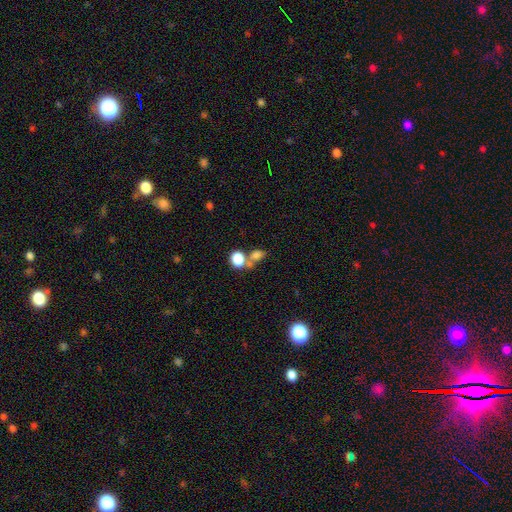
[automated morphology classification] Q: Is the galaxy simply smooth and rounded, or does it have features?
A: smooth — 78%.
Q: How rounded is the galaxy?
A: in between — 61%.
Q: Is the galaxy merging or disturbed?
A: merger — 48%.